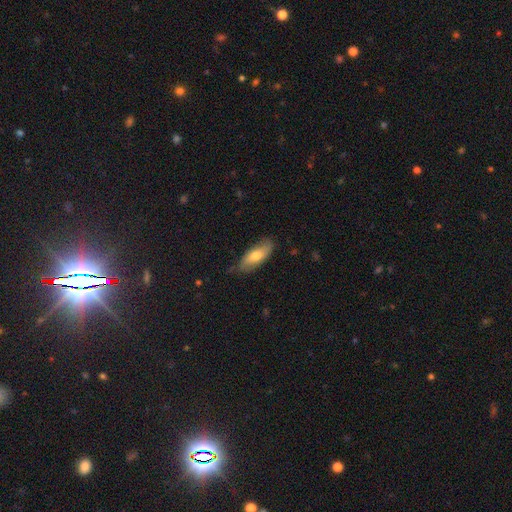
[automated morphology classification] Smooth or featured?
  - smooth: 68% *
  - featured or disk: 26%
  - star or artifact: 6%
How rounded?
  - in between: 74% *
  - cigar-shaped: 24%
  - round: 3%
Merging?
  - none: 70% *
  - minor disturbance: 24%
  - major disturbance: 4%
  - merger: 1%